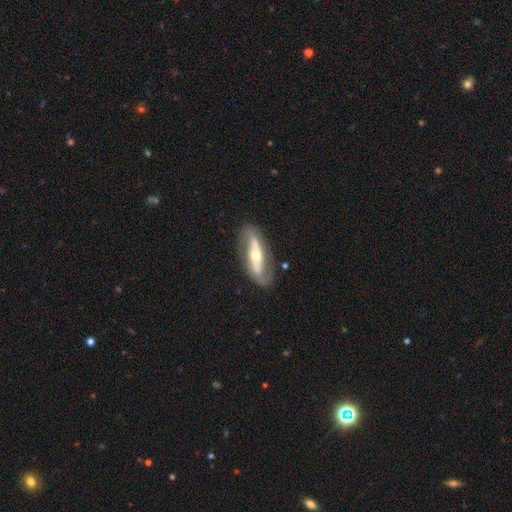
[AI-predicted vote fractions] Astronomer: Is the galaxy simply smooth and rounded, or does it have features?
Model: featured or disk — 76%.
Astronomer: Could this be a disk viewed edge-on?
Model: no — 75%.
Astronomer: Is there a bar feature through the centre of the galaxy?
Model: strong — 48% (runner-up: no, 33%).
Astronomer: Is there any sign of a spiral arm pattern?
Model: yes — 78%.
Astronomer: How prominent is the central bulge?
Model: moderate — 63%.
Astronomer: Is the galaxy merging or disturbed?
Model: none — 76%.